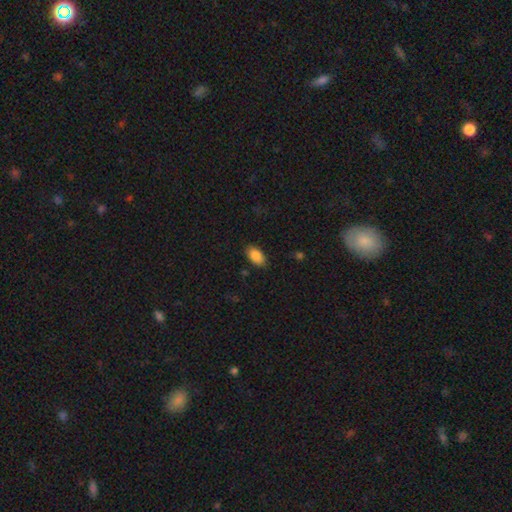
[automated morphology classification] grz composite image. It shows a smooth galaxy with no disk features (88%) that is in between round and cigar-shaped (94%). Merging: none (86%).